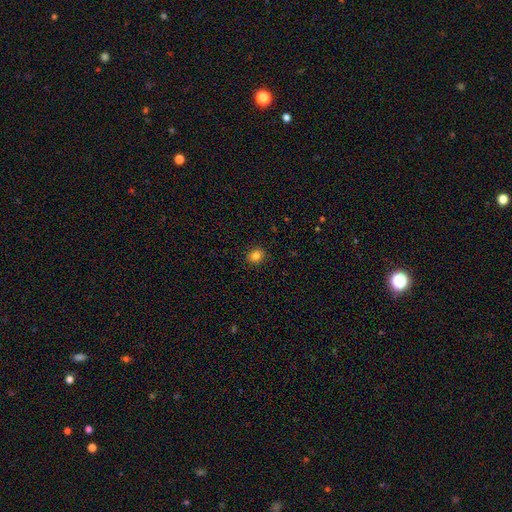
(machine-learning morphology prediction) Overall: smooth (83%). How rounded: round (70%). Merging: none (90%).